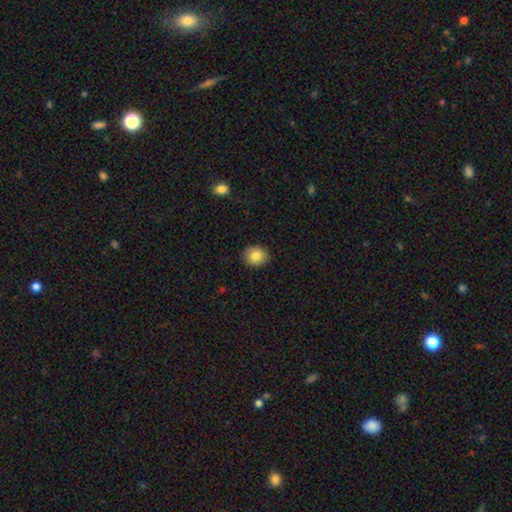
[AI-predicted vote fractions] A smooth galaxy with no disk features (83%) that is round (77%).

Vote fractions:
- Smooth or featured? smooth: 83% / star or artifact: 9% / featured or disk: 8%
- How rounded? round: 77% / in between: 22% / cigar-shaped: 1%
- Merging? none: 90% / minor disturbance: 7% / major disturbance: 2% / merger: 1%